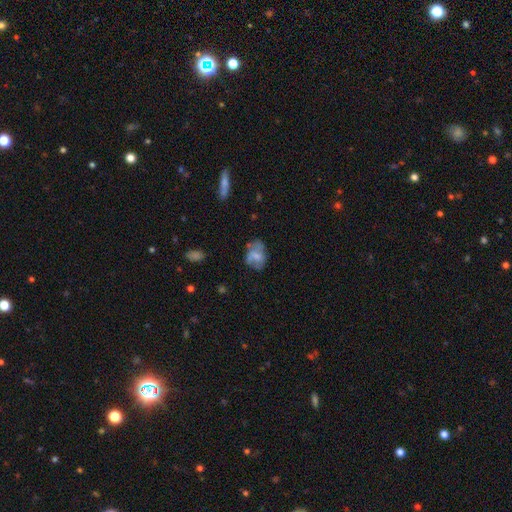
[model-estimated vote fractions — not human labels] Q: Smooth or featured?
A: smooth (53%); runner-up: featured or disk (37%)
Q: How rounded?
A: in between (73%); runner-up: round (25%)
Q: Merging?
A: none (46%); runner-up: minor disturbance (29%)